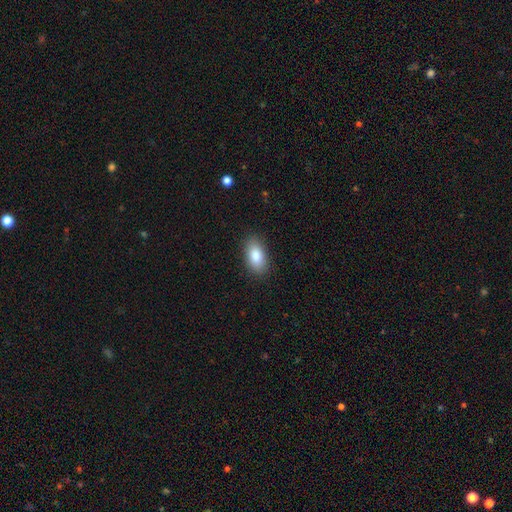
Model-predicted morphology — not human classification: smooth 86%, featured or disk 7%, star or artifact 7%. Down the decision tree: how rounded — in between (93%); merging — none (87%).